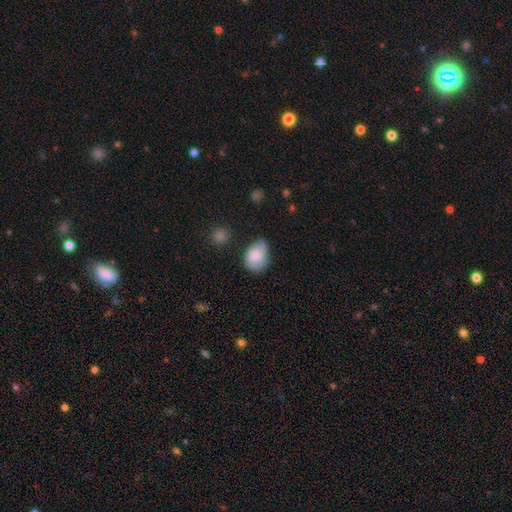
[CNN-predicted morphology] Smooth or featured? smooth (76%)
How rounded? in between (69%)
Merging? none (44%)